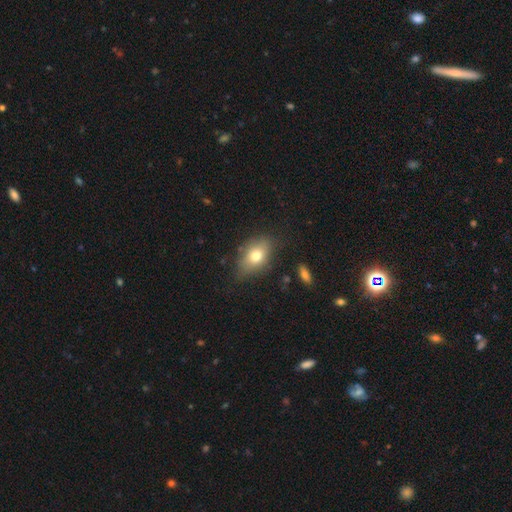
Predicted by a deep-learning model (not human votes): smooth-or-featured: smooth: 73% | featured or disk: 18% | star or artifact: 9%
  how-rounded: in between: 82% | round: 15% | cigar-shaped: 3%
  merging: none: 70% | minor disturbance: 21% | major disturbance: 6% | merger: 2%